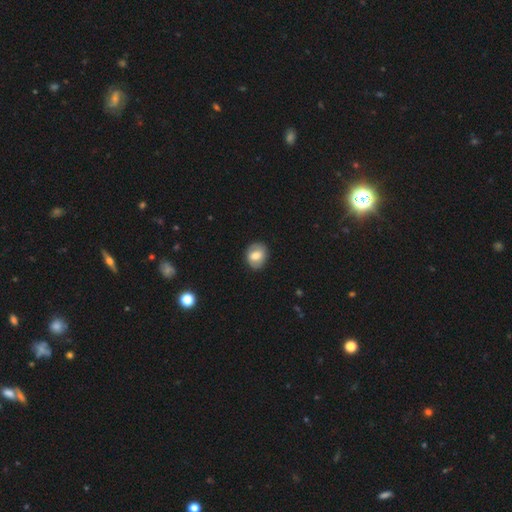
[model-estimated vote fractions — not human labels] The model was most divided on "how rounded": round: 54%, in between: 45%, cigar-shaped: 1%. More confident: merging — none (84%); smooth or featured — smooth (66%).